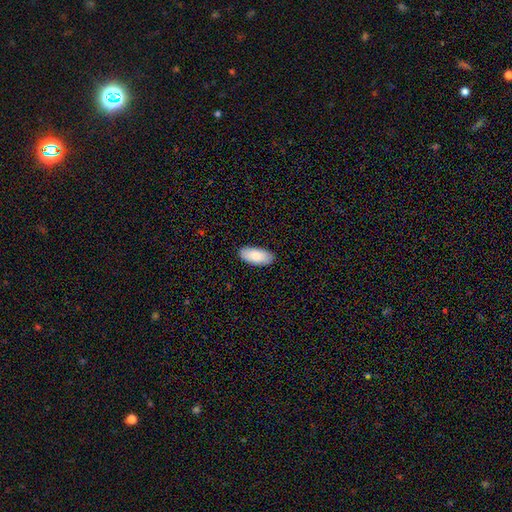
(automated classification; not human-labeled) smooth-or-featured: smooth: 86% | featured or disk: 8% | star or artifact: 5%
  how-rounded: in between: 92% | cigar-shaped: 6% | round: 2%
  merging: none: 88% | minor disturbance: 9% | major disturbance: 2% | merger: 1%